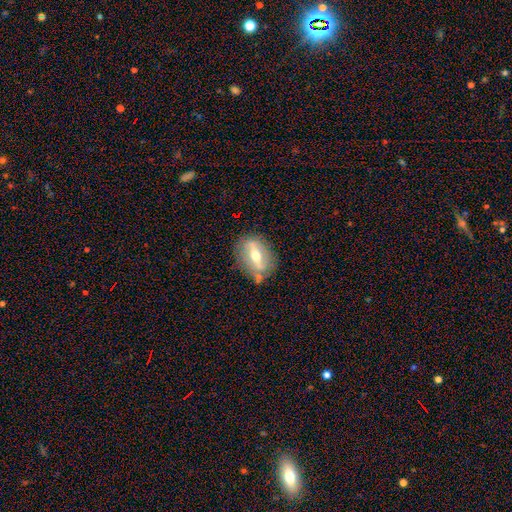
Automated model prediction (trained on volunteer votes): smooth_or_featured: featured or disk (p=0.61) [alt: smooth p=0.31]
disk_edge_on: no (p=0.70) [alt: yes p=0.30]
merging: none (p=0.73) [alt: minor disturbance p=0.16]